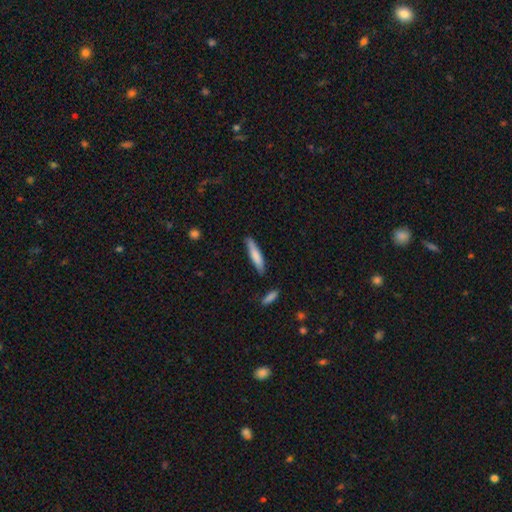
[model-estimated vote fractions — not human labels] Smooth or featured: smooth — 79% (featured or disk — 16%)
How rounded: cigar-shaped — 84% (in between — 15%)
Merging: none — 82% (minor disturbance — 13%)